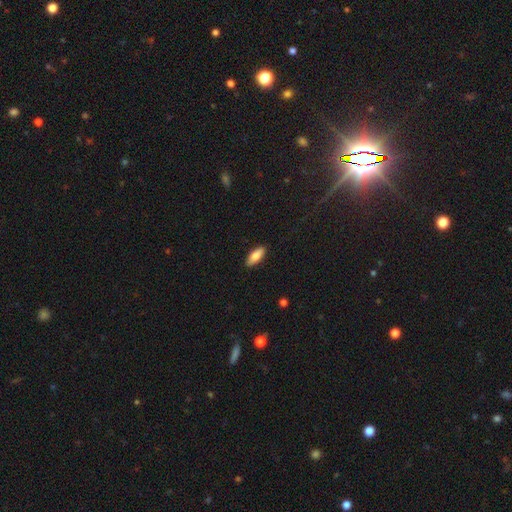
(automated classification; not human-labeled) smooth_or_featured: smooth (p=0.82) [alt: featured or disk p=0.12]
how_rounded: in between (p=0.72) [alt: cigar-shaped p=0.26]
merging: none (p=0.88) [alt: minor disturbance p=0.09]